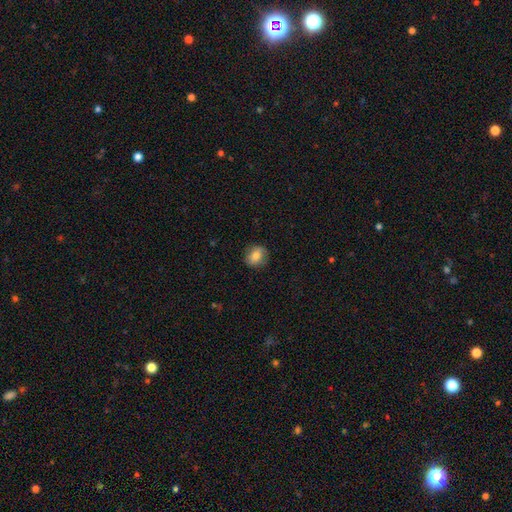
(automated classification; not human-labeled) The model was most divided on "how rounded": round: 69%, in between: 30%, cigar-shaped: 1%. More confident: merging — none (84%); smooth or featured — smooth (77%).